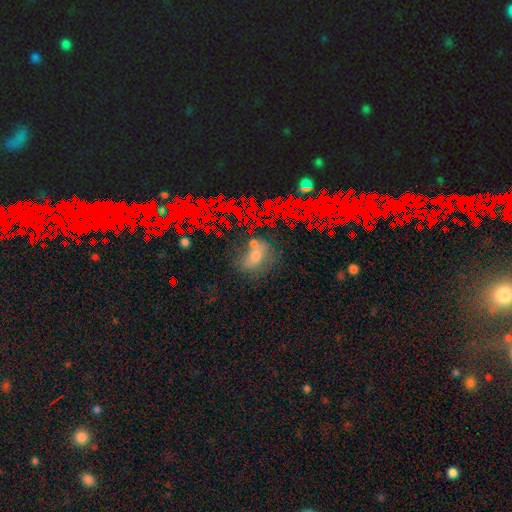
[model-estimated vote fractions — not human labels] Smooth or featured? smooth (47%)
Merging? none (58%)